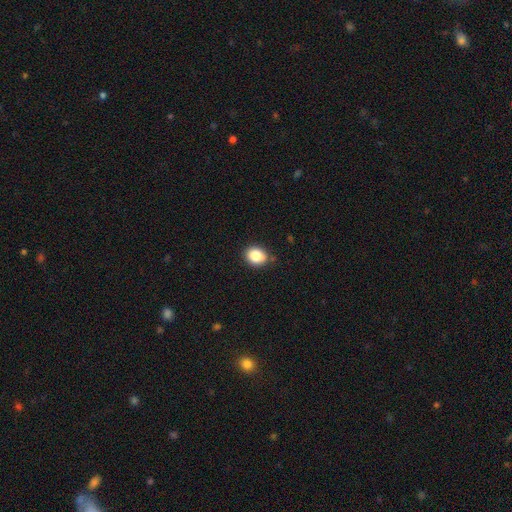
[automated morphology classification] type=smooth (85%); roundness=round (60%); merging=none (83%).